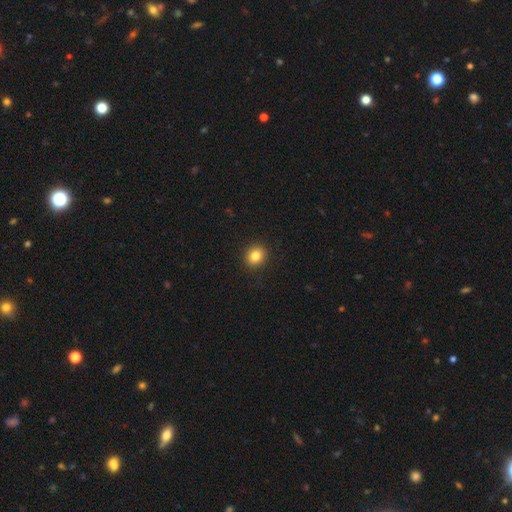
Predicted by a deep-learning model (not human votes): A smooth galaxy with no disk features (83%) that is round (75%).

Vote fractions:
- Smooth or featured? smooth: 83% / star or artifact: 10% / featured or disk: 6%
- How rounded? round: 75% / in between: 24% / cigar-shaped: 1%
- Merging? none: 91% / minor disturbance: 6% / major disturbance: 2% / merger: 1%